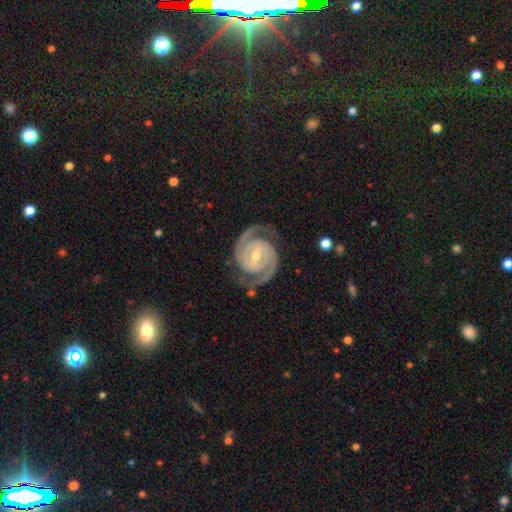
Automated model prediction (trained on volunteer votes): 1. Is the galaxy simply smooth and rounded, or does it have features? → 94% featured or disk, 4% star or artifact, 2% smooth.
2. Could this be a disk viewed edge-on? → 98% no, 2% yes.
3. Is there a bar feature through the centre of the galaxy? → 46% weak, 30% strong, 24% no.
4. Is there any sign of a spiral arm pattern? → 99% yes, 1% no.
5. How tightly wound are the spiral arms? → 62% tight, 34% medium, 4% loose.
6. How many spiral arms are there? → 93% 2, 2% 3, 2% can't tell, 1% 4, 1% 1, 1% more than 4.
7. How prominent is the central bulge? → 50% moderate, 46% small, 2% large, 1% none, 1% dominant.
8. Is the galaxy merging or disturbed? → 83% none, 12% minor disturbance, 4% major disturbance, 1% merger.